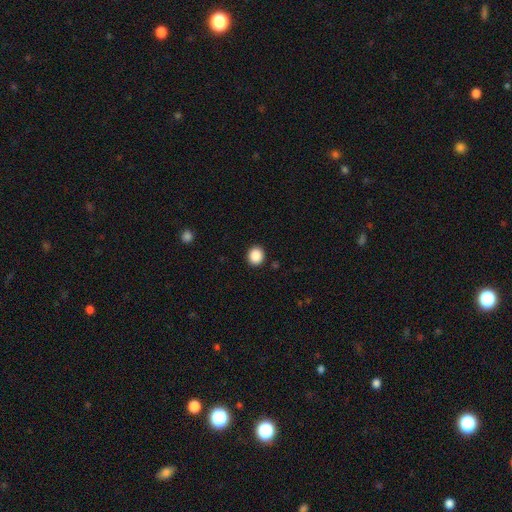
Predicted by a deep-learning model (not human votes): smooth_or_featured: smooth (p=0.89) [alt: star or artifact p=0.09]
how_rounded: round (p=0.86) [alt: in between p=0.13]
merging: none (p=0.92) [alt: minor disturbance p=0.05]